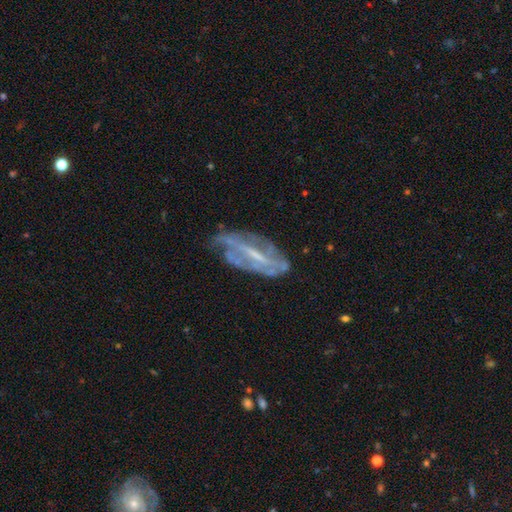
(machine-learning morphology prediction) smooth-or-featured: featured or disk: 75% | smooth: 13% | star or artifact: 11%
  disk-edge-on: no: 84% | yes: 16%
    bar: strong: 43% | weak: 38% | no: 20%
    has-spiral-arms: yes: 82% | no: 18%
      spiral-winding: tight: 47% | medium: 37% | loose: 16%
      spiral-arm-count: can't tell: 39% | 2: 33% | 3: 12% | 4: 6% | 1: 5% | more than 4: 4%
    bulge-size: small: 49% | moderate: 27% | none: 21% | large: 2% | dominant: 1%
  merging: none: 64% | minor disturbance: 21% | major disturbance: 12% | merger: 3%